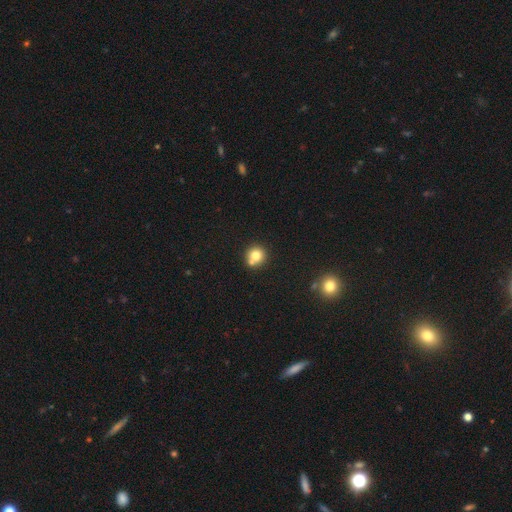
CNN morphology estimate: This appears to be a smooth galaxy with no disk features (77%) that is round (91%). Merging: none (62%).